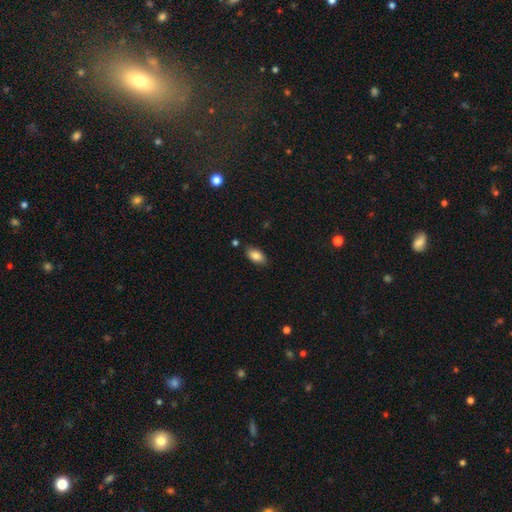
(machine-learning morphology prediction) Overall: smooth (85%). How rounded: in between (92%). Merging: none (84%).